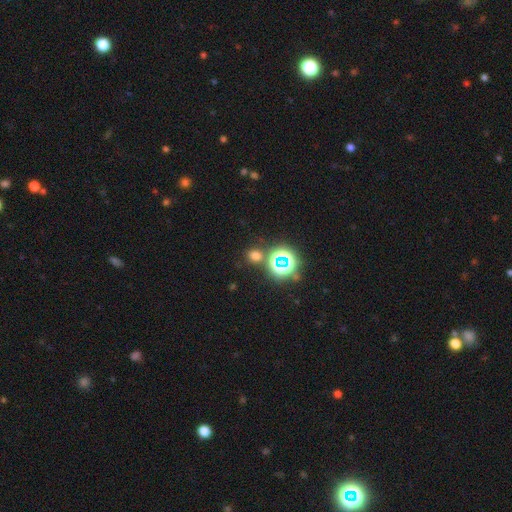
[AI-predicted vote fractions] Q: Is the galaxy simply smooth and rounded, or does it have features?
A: smooth — 60%.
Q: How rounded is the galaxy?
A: round — 81%.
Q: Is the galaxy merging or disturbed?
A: none — 80%.